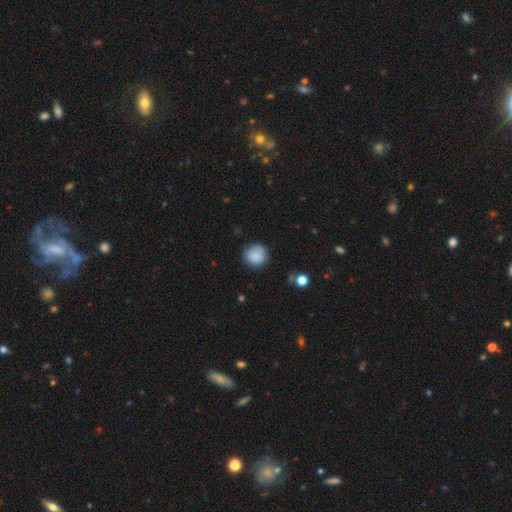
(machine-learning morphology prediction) Overall: smooth (87%). How rounded: round (92%). Merging: none (83%).